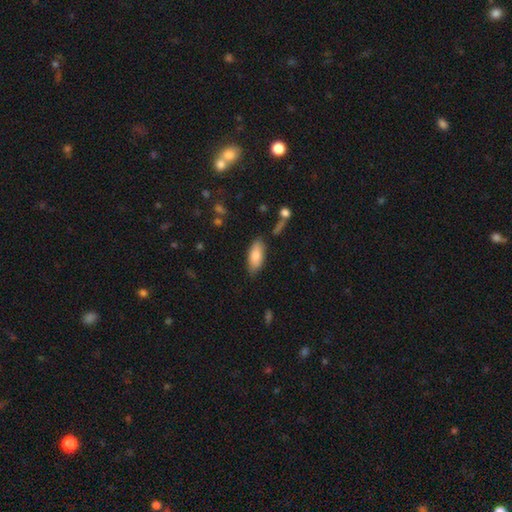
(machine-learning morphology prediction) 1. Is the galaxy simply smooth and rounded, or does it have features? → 82% smooth, 12% featured or disk, 6% star or artifact.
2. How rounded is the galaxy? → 82% in between, 16% cigar-shaped, 2% round.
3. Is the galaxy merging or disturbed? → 81% none, 14% minor disturbance, 3% major disturbance, 3% merger.